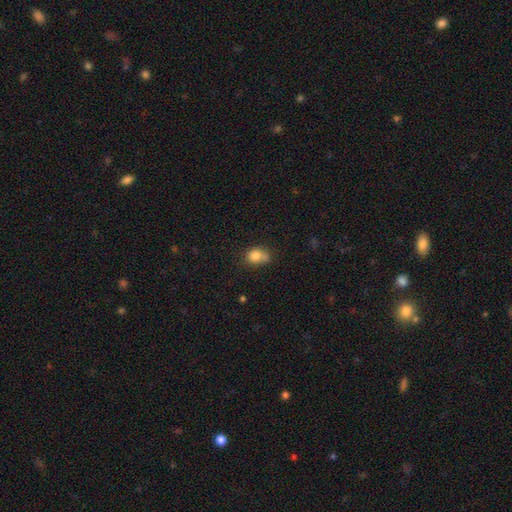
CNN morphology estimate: The model was most divided on "how rounded": round: 54%, in between: 44%, cigar-shaped: 1%. Remaining: smooth or featured — smooth (80%); merging — none (45%).